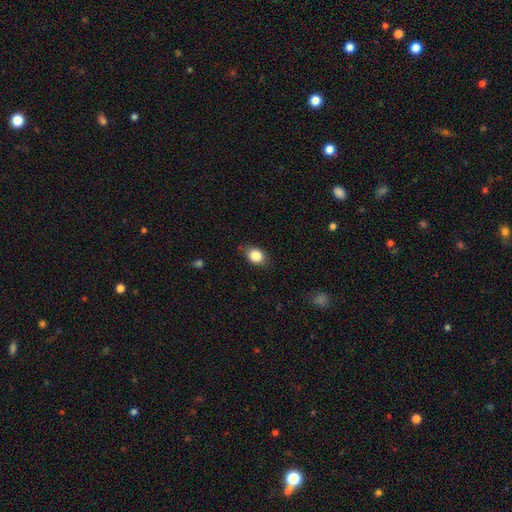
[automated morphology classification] A smooth galaxy with no disk features (85%) that is in between round and cigar-shaped (67%).

Vote fractions:
- Smooth or featured? smooth: 85% / star or artifact: 8% / featured or disk: 6%
- How rounded? in between: 67% / round: 32% / cigar-shaped: 1%
- Merging? none: 78% / minor disturbance: 17% / major disturbance: 4% / merger: 1%